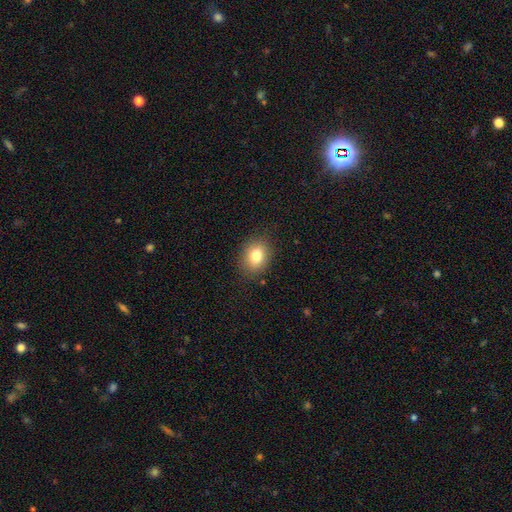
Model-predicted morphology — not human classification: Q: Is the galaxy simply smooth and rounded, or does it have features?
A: smooth — 80%.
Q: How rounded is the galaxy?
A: in between — 57%.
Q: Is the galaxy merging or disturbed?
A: none — 86%.